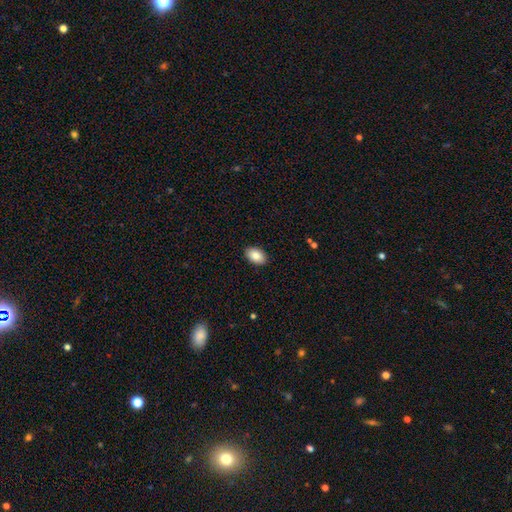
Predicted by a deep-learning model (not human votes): Morphology: type=smooth (86%); roundness=in between (90%); merging=none (90%).